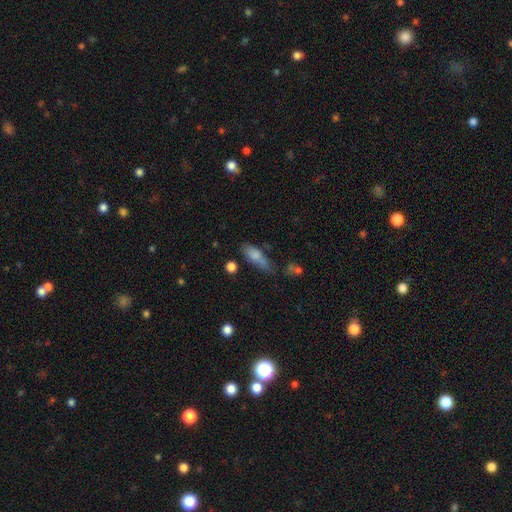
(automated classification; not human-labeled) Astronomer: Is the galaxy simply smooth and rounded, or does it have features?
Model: smooth — 77%.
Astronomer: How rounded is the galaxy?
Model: in between — 62%.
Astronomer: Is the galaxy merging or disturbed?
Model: none — 45% (runner-up: minor disturbance, 31%).